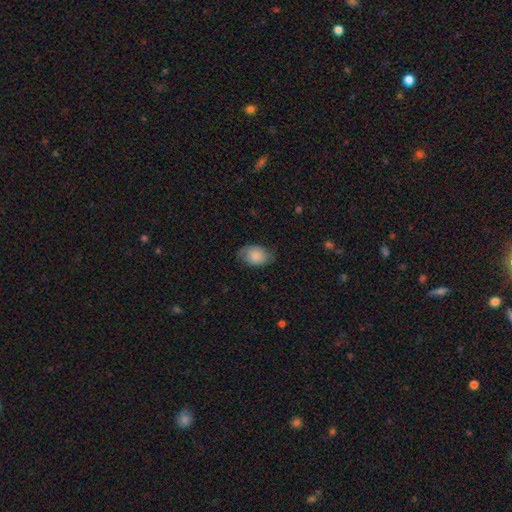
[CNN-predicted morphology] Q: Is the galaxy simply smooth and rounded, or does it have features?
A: smooth — 82%.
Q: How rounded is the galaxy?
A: in between — 80%.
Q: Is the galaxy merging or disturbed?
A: none — 68%.